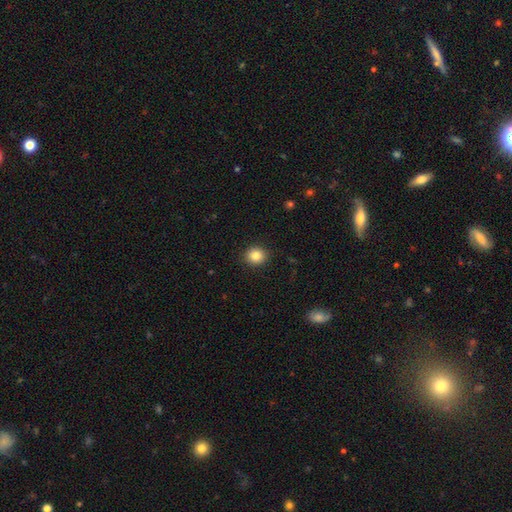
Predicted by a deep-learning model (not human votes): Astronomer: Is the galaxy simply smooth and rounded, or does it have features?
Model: smooth — 84%.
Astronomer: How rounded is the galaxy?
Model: round — 84%.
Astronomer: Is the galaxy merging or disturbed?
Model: none — 91%.